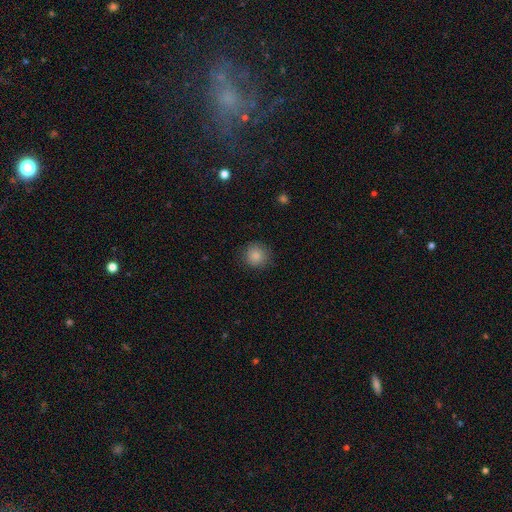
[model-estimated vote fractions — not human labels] smooth 85%, star or artifact 10%, featured or disk 5%. Down the decision tree: how rounded — round (93%); merging — none (86%).